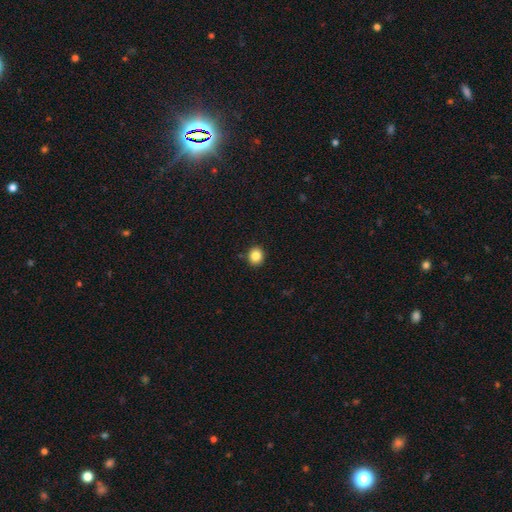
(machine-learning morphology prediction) A smooth galaxy with no disk features (85%) that is round (76%). Merging: none (90%).